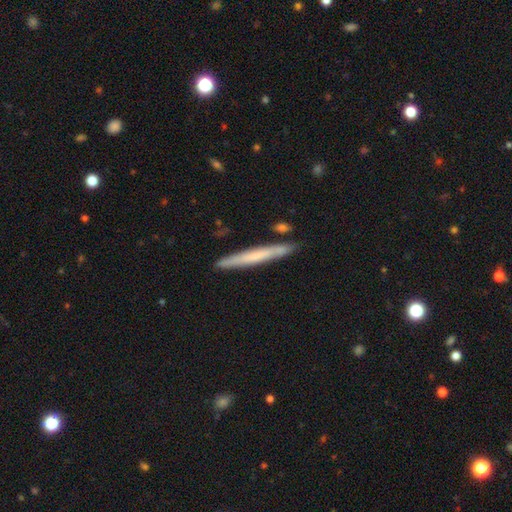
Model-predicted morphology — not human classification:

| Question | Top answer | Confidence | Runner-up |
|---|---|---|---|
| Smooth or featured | smooth | 54% | featured or disk (40%) |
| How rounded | cigar-shaped | 97% | in between (2%) |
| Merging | none | 85% | minor disturbance (10%) |